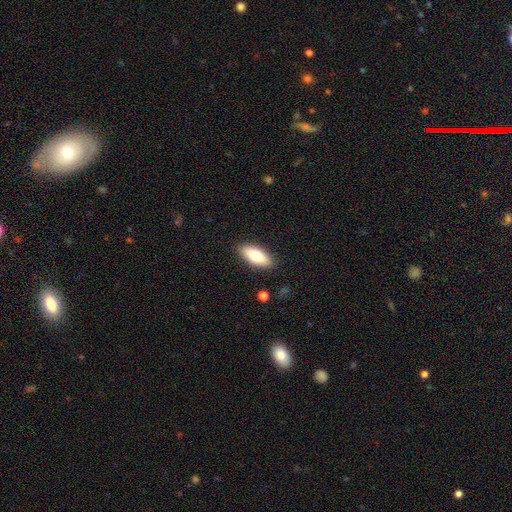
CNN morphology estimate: Smooth or featured: smooth — 74% (featured or disk — 19%)
How rounded: in between — 83% (cigar-shaped — 14%)
Merging: none — 88% (minor disturbance — 9%)